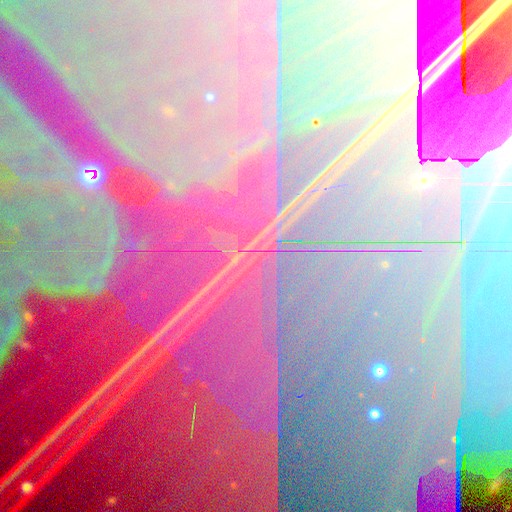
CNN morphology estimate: star or artifact 88%, featured or disk 7%, smooth 5%.